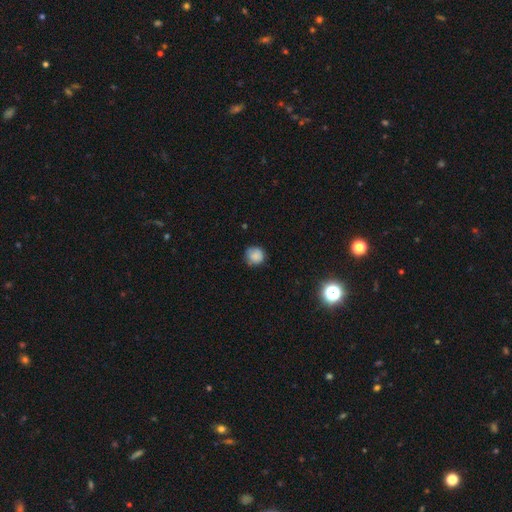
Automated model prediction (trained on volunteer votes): smooth 83%, star or artifact 10%, featured or disk 7%. Down the decision tree: how rounded — round (91%); merging — none (76%).